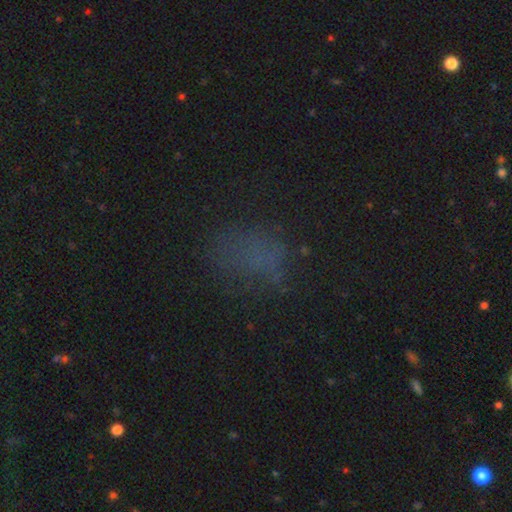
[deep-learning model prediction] Morphology: type=smooth (51%); roundness=in between (61%); merging=none (67%).